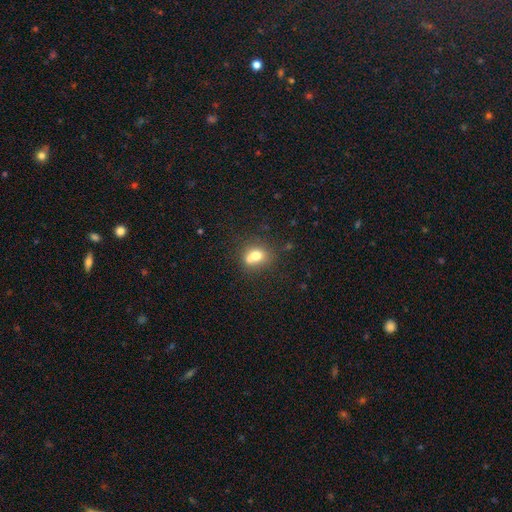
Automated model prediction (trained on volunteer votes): Smooth or featured?
  - smooth: 71% *
  - featured or disk: 17%
  - star or artifact: 12%
How rounded?
  - round: 64% *
  - in between: 35%
  - cigar-shaped: 1%
Merging?
  - none: 42% *
  - merger: 40%
  - minor disturbance: 13%
  - major disturbance: 5%